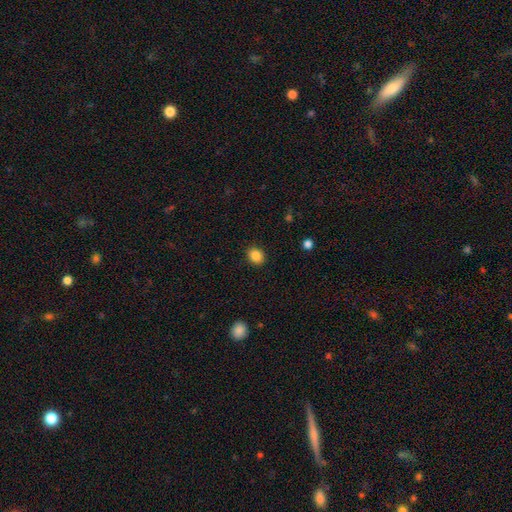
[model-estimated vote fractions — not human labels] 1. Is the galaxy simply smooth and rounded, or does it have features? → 86% smooth, 10% star or artifact, 4% featured or disk.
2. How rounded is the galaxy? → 57% round, 42% in between, 1% cigar-shaped.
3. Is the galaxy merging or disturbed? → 90% none, 7% minor disturbance, 2% major disturbance, 1% merger.